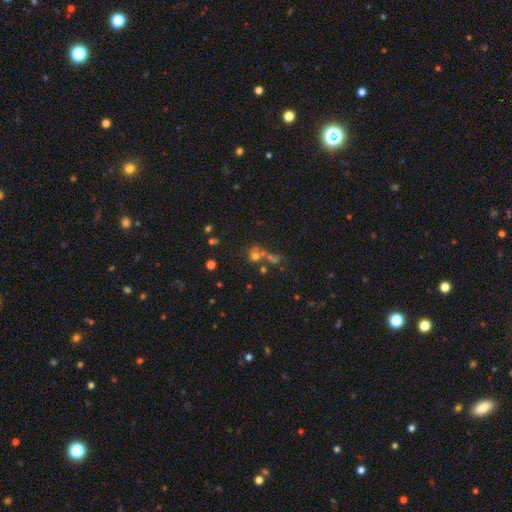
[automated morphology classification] Smooth or featured? Predicted: smooth (p=0.57). How rounded? Predicted: round (p=0.81). Merging? Predicted: none (p=0.46).